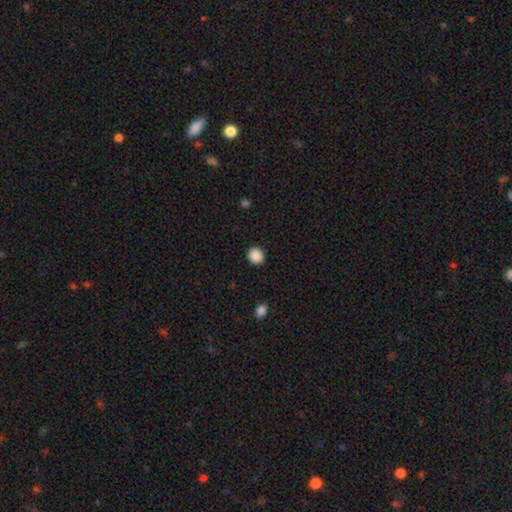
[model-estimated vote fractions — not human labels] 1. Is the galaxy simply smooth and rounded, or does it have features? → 89% smooth, 9% star or artifact, 2% featured or disk.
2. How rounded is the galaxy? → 82% round, 17% in between, 1% cigar-shaped.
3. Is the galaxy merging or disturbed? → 91% none, 6% minor disturbance, 2% major disturbance, 1% merger.